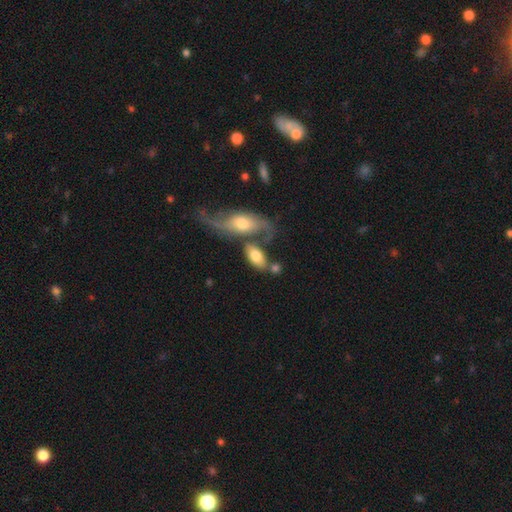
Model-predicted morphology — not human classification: smooth 71%, featured or disk 23%, star or artifact 6%. Down the decision tree: how rounded — in between (91%); merging — merger (40%).